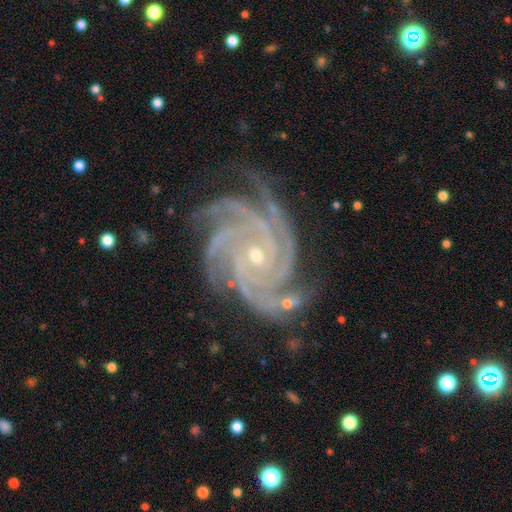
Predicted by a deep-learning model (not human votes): A featured or disk galaxy (93%) with no bar (62%), 4 (42%) tight (77%) spiral arms (99%) and a small central bulge (69%). Merging: none (74%).